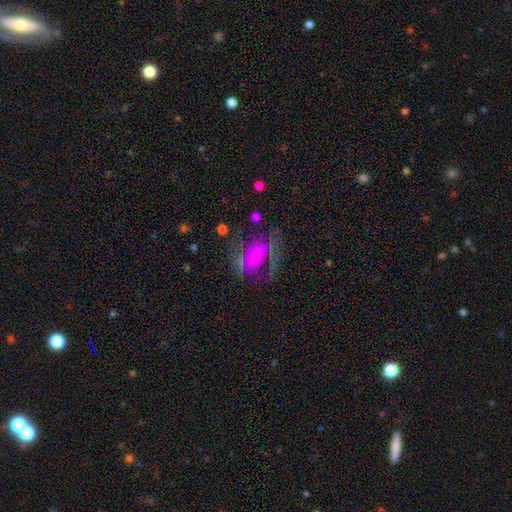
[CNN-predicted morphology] Smooth or featured? featured or disk (74%)
Edge-on disk? no (96%)
Bar? no (46%)
Spiral arms? yes (82%)
Spiral winding? medium (47%)
Spiral arm count? 2 (59%)
Bulge size? small (57%)
Merging? none (51%)